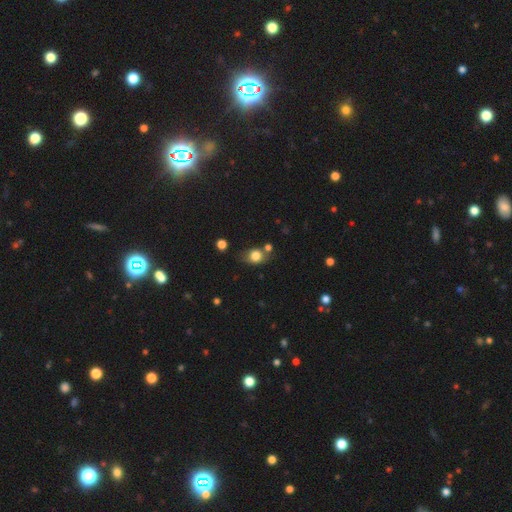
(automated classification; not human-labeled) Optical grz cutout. It shows a smooth galaxy with no disk features (78%) that is round (50%). Merging: none (63%).